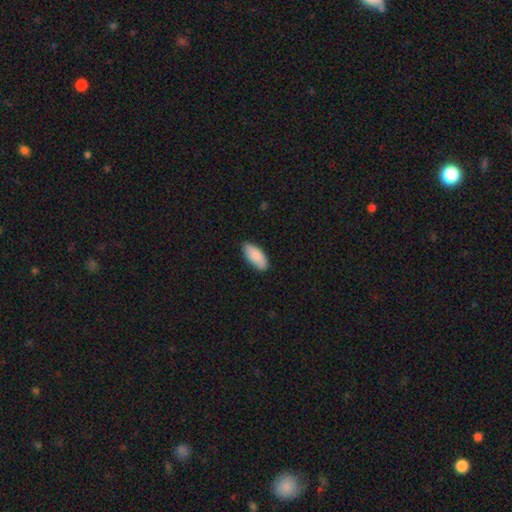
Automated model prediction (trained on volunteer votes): Morphology: type=smooth (88%); roundness=in between (89%); merging=none (85%).